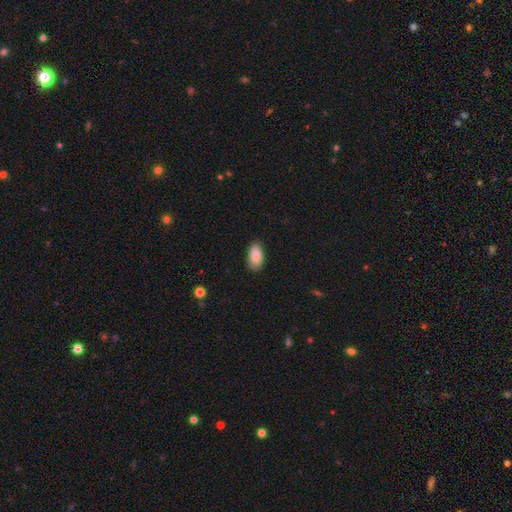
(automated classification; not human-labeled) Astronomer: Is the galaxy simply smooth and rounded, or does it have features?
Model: smooth — 89%.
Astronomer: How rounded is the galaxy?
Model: in between — 94%.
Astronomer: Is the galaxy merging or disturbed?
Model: none — 85%.